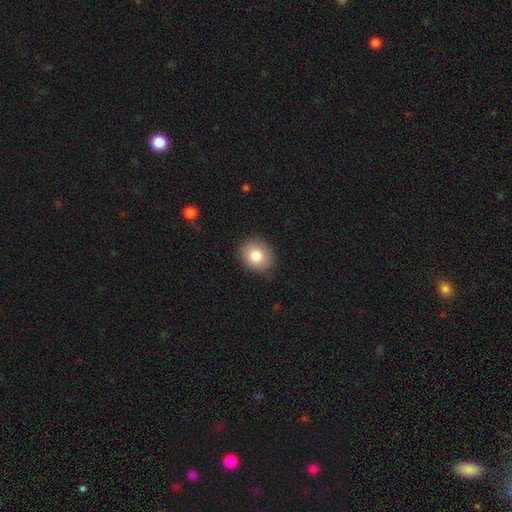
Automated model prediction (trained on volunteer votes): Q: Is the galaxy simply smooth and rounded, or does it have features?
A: smooth — 82%.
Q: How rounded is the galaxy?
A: round — 62%.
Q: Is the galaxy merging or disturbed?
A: none — 87%.